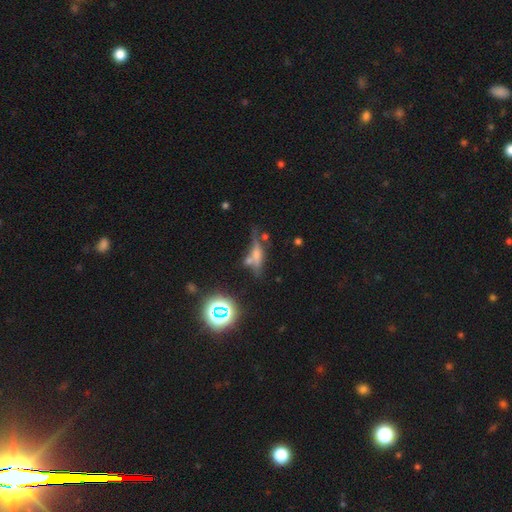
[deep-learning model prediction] This is possibly a featured or disk galaxy (45%). Merging: possibly none (53%).